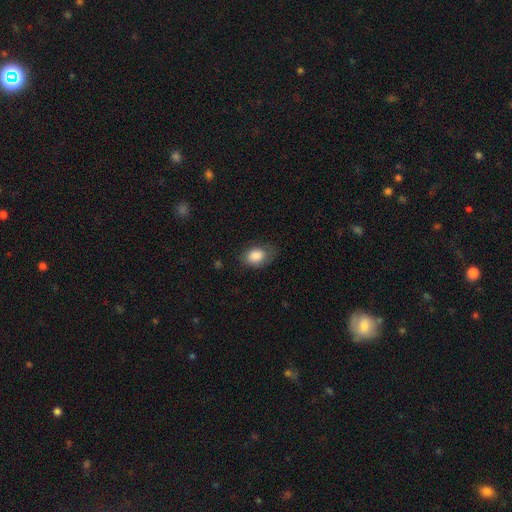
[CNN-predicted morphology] This appears to be a smooth galaxy with no disk features (85%) that is in between round and cigar-shaped (77%). Merging: none (64%).